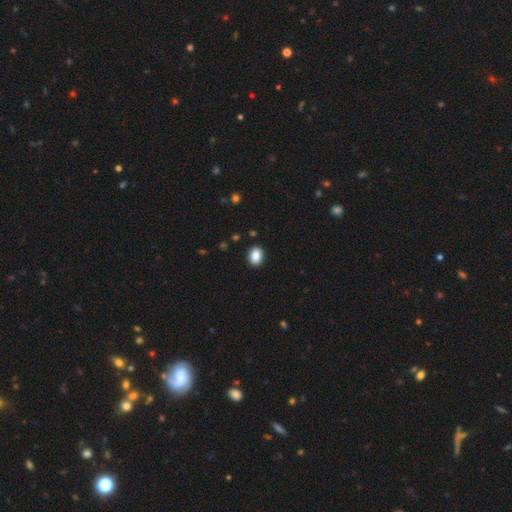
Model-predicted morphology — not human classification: smooth-or-featured: smooth: 88% | star or artifact: 8% | featured or disk: 4%
  how-rounded: in between: 69% | round: 30% | cigar-shaped: 1%
  merging: none: 91% | minor disturbance: 6% | major disturbance: 2% | merger: 1%